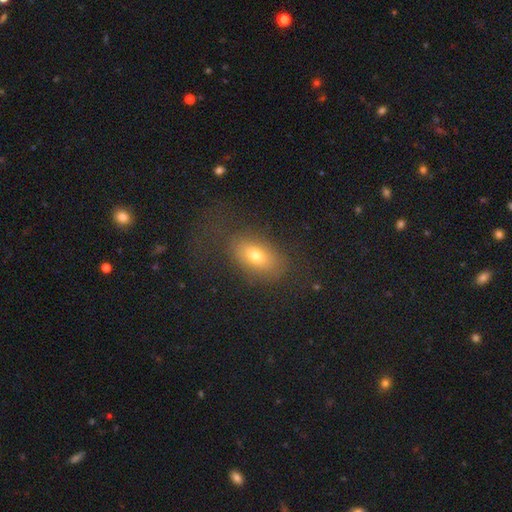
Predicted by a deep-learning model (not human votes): smooth 69%, featured or disk 20%, star or artifact 11%. Down the decision tree: how rounded — in between (87%); merging — none (60%).